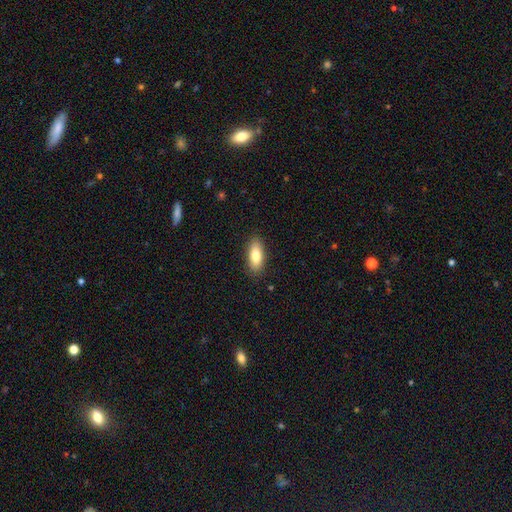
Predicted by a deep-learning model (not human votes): Smooth or featured?
  - smooth: 80% *
  - featured or disk: 14%
  - star or artifact: 7%
How rounded?
  - in between: 80% *
  - cigar-shaped: 18%
  - round: 3%
Merging?
  - none: 88% *
  - minor disturbance: 9%
  - major disturbance: 2%
  - merger: 1%